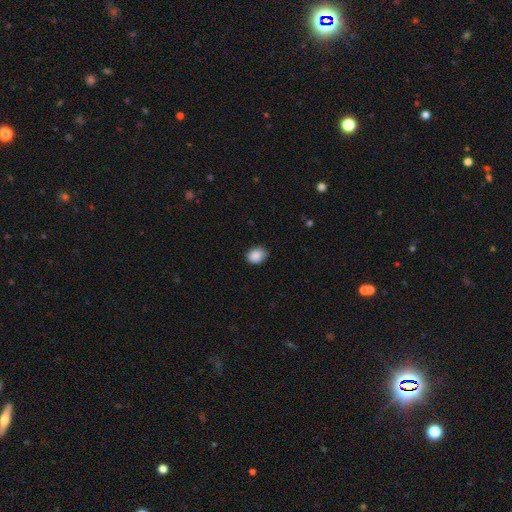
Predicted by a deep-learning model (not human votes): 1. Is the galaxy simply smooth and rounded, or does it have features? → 88% smooth, 8% star or artifact, 3% featured or disk.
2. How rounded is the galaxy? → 50% in between, 49% round, 1% cigar-shaped.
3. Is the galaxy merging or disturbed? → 78% none, 18% minor disturbance, 3% major disturbance, 1% merger.